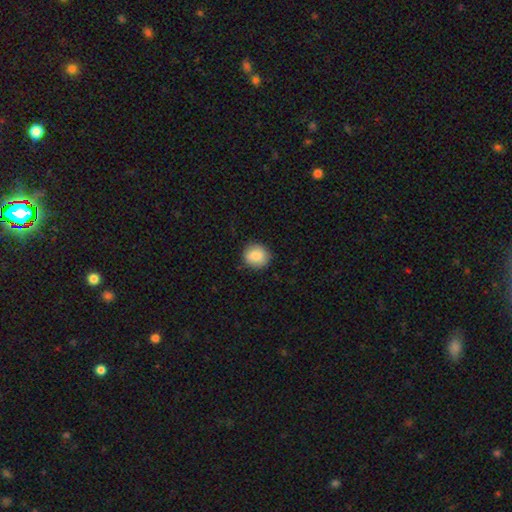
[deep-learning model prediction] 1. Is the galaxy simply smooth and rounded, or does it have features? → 85% smooth, 8% star or artifact, 8% featured or disk.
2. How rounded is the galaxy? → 86% round, 13% in between, 1% cigar-shaped.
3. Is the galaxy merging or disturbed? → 87% none, 9% minor disturbance, 2% major disturbance, 1% merger.